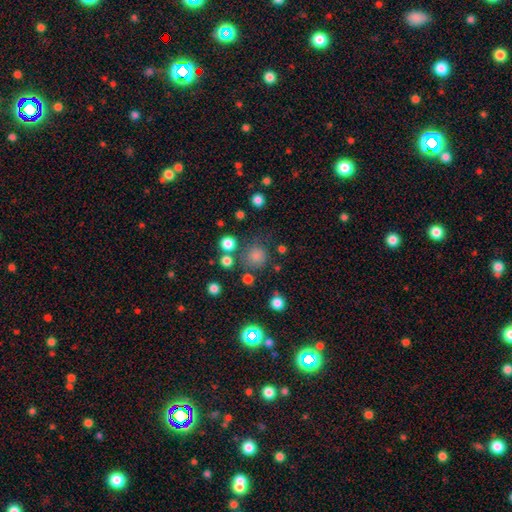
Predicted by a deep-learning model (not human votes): Morphology: type=smooth (78%); roundness=round (89%); merging=none (72%).